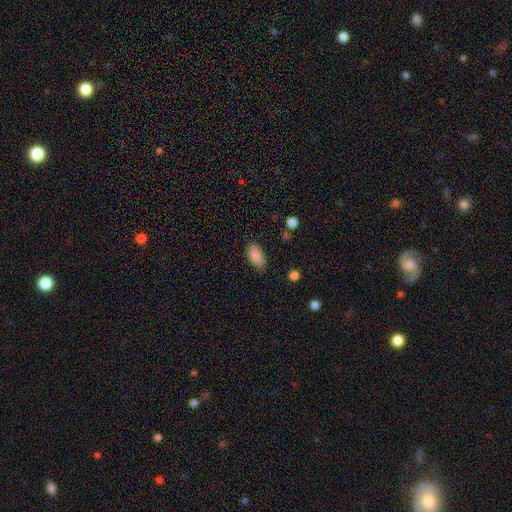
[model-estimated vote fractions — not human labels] A smooth galaxy with no disk features (87%) that is in between round and cigar-shaped (92%).

Vote fractions:
- Smooth or featured? smooth: 87% / star or artifact: 8% / featured or disk: 6%
- How rounded? in between: 92% / cigar-shaped: 5% / round: 3%
- Merging? none: 83% / minor disturbance: 13% / major disturbance: 3% / merger: 1%